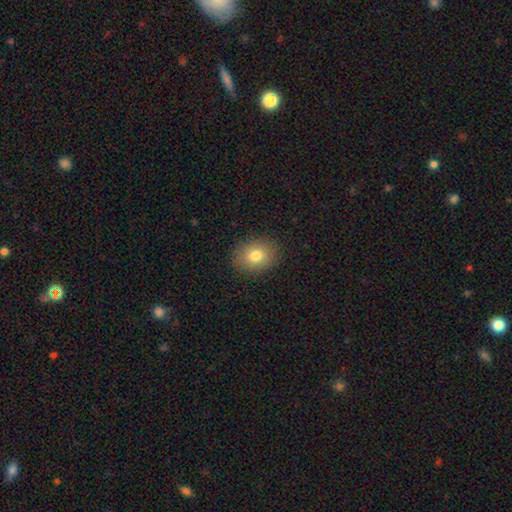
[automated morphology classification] smooth 80%, featured or disk 10%, star or artifact 10%. Down the decision tree: how rounded — in between (57%); merging — none (88%).